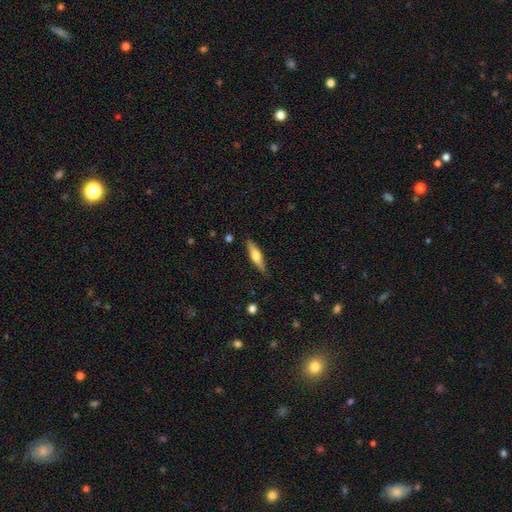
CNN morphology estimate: type=featured or disk (48%); merging=none (86%).